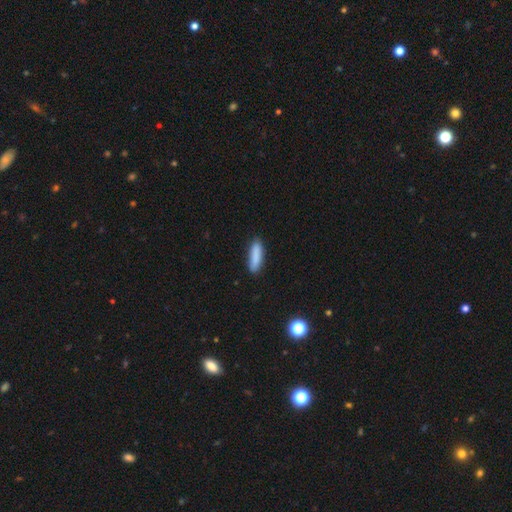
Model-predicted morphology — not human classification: smooth-or-featured: smooth: 87% | featured or disk: 7% | star or artifact: 6%
  how-rounded: cigar-shaped: 64% | in between: 35% | round: 2%
  merging: none: 83% | minor disturbance: 13% | major disturbance: 2% | merger: 2%